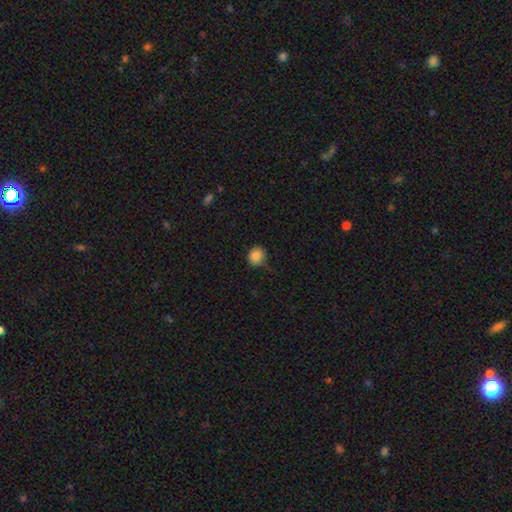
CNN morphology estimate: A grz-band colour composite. It shows a smooth galaxy with no disk features (85%) that is round (82%). Merging: none (77%).